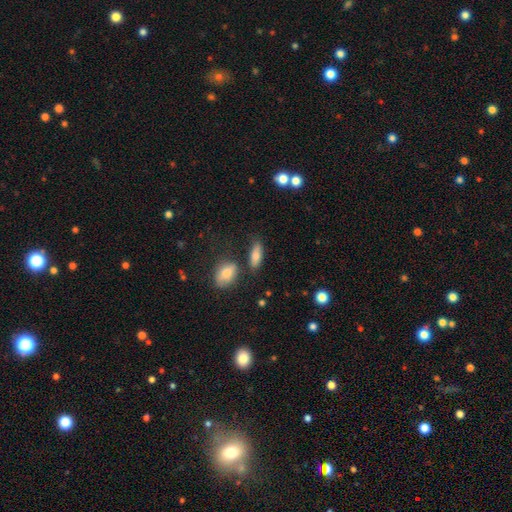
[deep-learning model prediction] Q: Smooth or featured?
A: smooth (79%); runner-up: featured or disk (13%)
Q: How rounded?
A: in between (68%); runner-up: cigar-shaped (28%)
Q: Merging?
A: none (71%); runner-up: minor disturbance (16%)